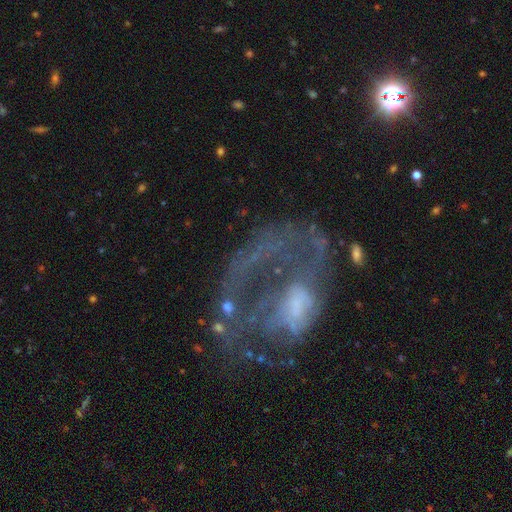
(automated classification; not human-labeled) A featured or disk galaxy (74%) with no bar (64%), spiral arms (60%) and a small central bulge (33%, tied with moderate).

Vote fractions:
- Smooth or featured? featured or disk: 74% / smooth: 14% / star or artifact: 12%
- Edge-on disk? no: 97% / yes: 3%
- Bar? no: 64% / weak: 28% / strong: 8%
- Spiral arms? yes: 60% / no: 40%
- Bulge size? small: 33% (tied) / moderate: 33% (tied) / none: 25% / large: 7% / dominant: 2%
- Merging? major disturbance: 51% / none: 29% / minor disturbance: 13% / merger: 7%